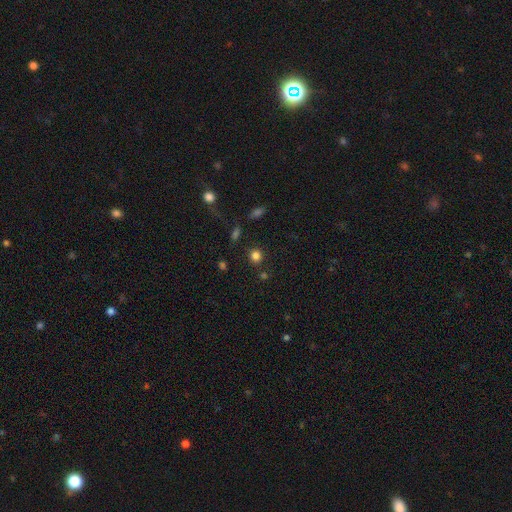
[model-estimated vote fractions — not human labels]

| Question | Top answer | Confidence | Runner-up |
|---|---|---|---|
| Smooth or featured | smooth | 80% | star or artifact (15%) |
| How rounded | round | 88% | in between (11%) |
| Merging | none | 84% | minor disturbance (8%) |